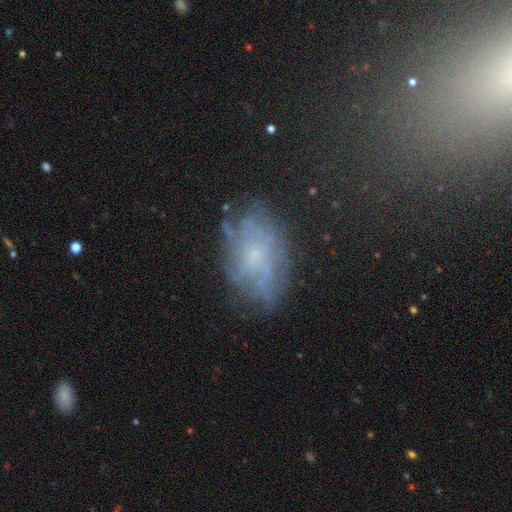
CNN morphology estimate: Smooth or featured: featured or disk — 58% (smooth — 27%)
Edge-on disk: no — 95% (yes — 5%)
Bar: no — 81% (weak — 16%)
Spiral arms: yes — 65% (no — 35%)
Bulge size: small — 65% (moderate — 18%)
Merging: none — 68% (minor disturbance — 20%)